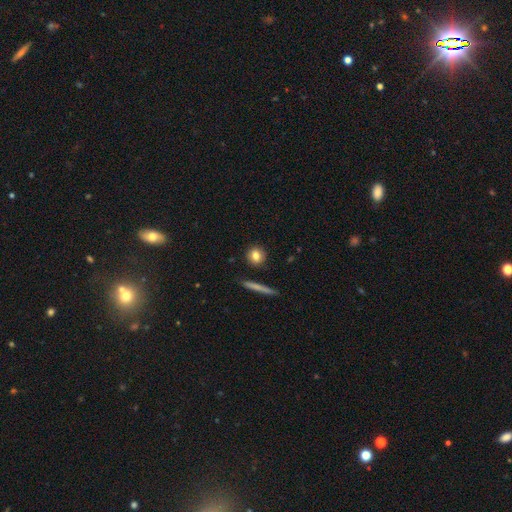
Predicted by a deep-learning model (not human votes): Q: Smooth or featured?
A: smooth (82%); runner-up: featured or disk (10%)
Q: How rounded?
A: round (81%); runner-up: in between (15%)
Q: Merging?
A: none (89%); runner-up: minor disturbance (7%)